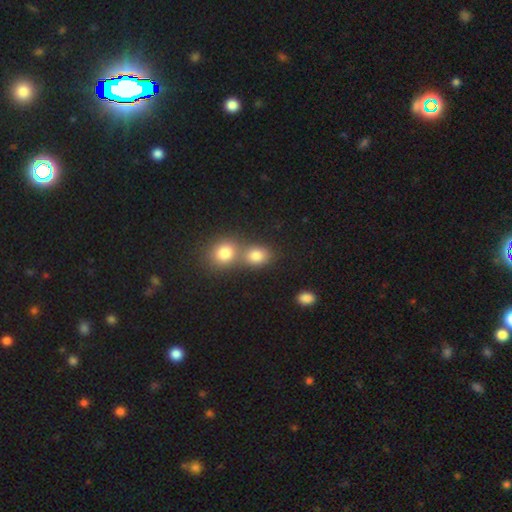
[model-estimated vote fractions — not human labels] The model was most divided on "merging": merger: 52%, none: 39%, minor disturbance: 7%, major disturbance: 3%. More confident: smooth or featured — smooth (80%); how rounded — round (62%).